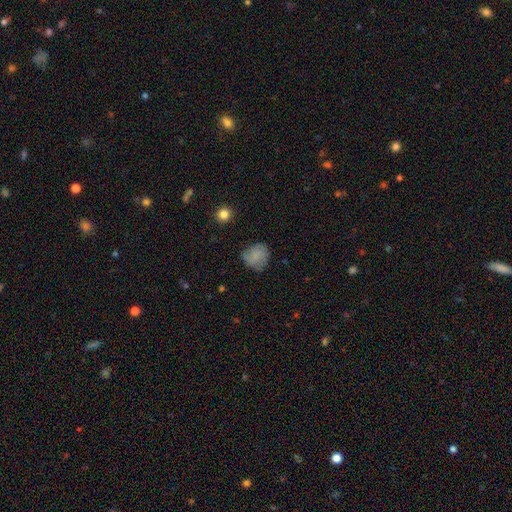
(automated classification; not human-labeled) This appears to be a smooth galaxy with no disk features (61%) that is round (77%). Merging: none (66%).